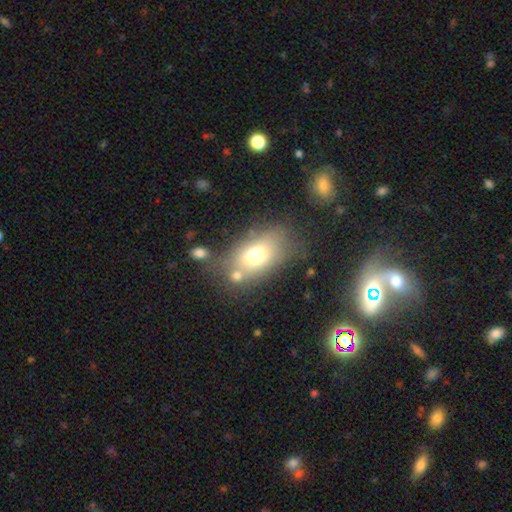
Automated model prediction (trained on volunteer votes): A smooth galaxy with no disk features (70%) that is in between round and cigar-shaped (83%). Merging: none (59%).